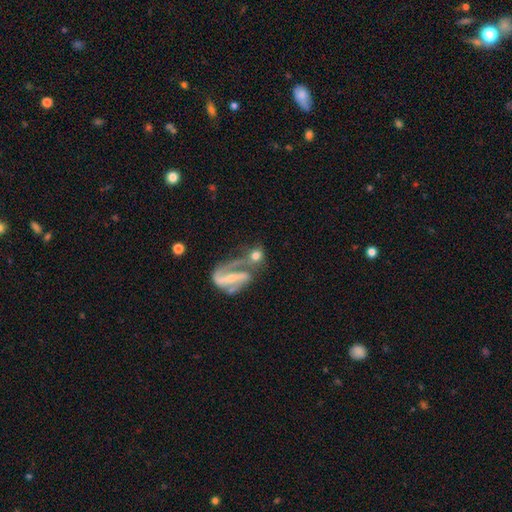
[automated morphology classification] Overall: smooth (47%; featured or disk 43%). Merging: merger (38%; none 37%).